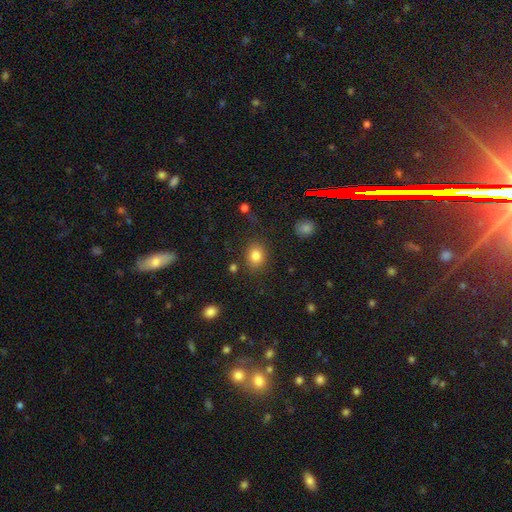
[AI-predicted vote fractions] Overall: smooth (83%). How rounded: round (58%; in between 41%). Merging: none (84%).